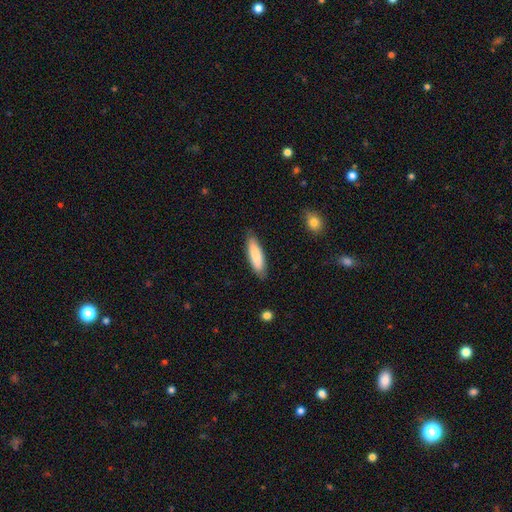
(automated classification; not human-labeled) This appears to be a smooth galaxy with no disk features (85%) that is cigar-shaped (63%). Merging: none (85%).